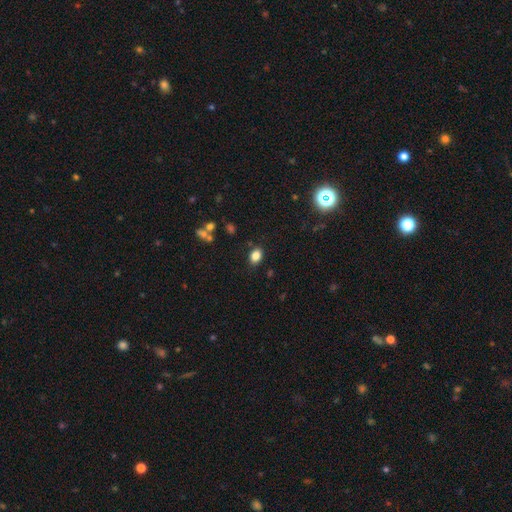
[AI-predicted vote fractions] A smooth galaxy with no disk features (83%) that is in between round and cigar-shaped (72%). Merging: none (83%).